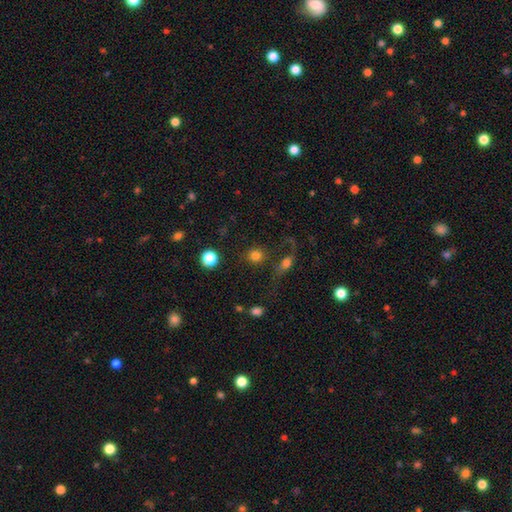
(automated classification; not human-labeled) This appears to be a smooth galaxy with no disk features (81%) that is round (87%). Merging: none (78%).